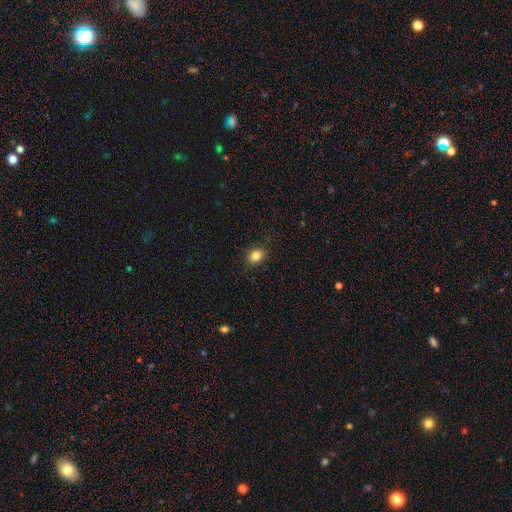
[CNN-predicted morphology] smooth_or_featured: smooth (p=0.84) [alt: star or artifact p=0.11]
how_rounded: round (p=0.52) [alt: in between p=0.47]
merging: none (p=0.87) [alt: minor disturbance p=0.10]